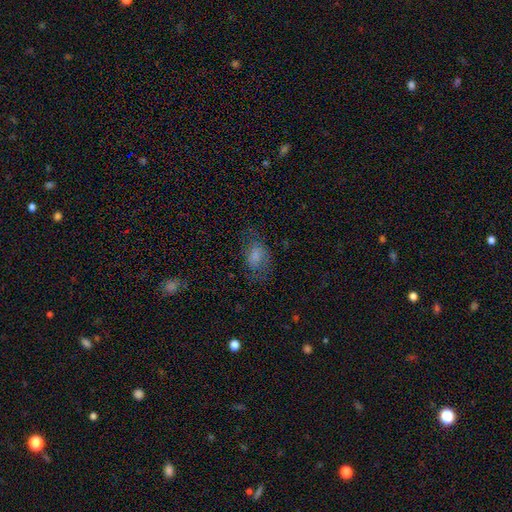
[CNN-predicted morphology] This is likely a smooth galaxy (70%). How rounded: clearly in between (81%). Merging: likely none (60%).